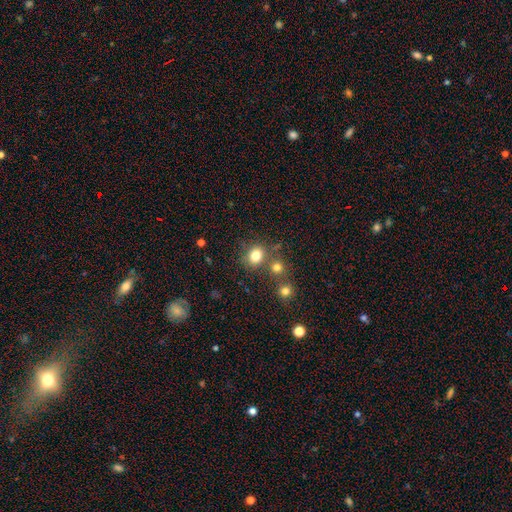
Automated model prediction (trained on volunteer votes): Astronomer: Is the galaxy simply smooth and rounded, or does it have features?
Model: smooth — 79%.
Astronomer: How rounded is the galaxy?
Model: round — 66%.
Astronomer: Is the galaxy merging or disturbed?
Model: none — 68%.